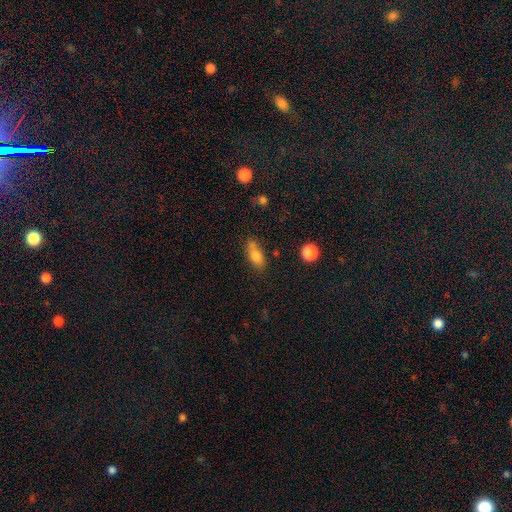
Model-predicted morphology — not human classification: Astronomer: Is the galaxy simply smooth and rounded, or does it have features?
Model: smooth — 77%.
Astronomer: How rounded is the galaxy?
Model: in between — 79%.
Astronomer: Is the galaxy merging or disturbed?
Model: none — 56%.